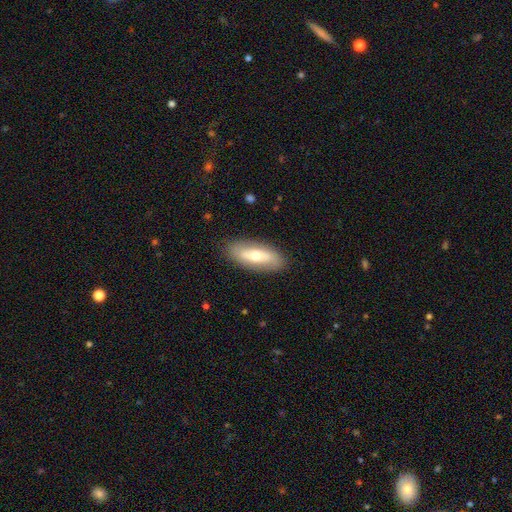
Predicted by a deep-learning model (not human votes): Smooth or featured: smooth — 47% (tied with featured or disk — 47%)
Merging: none — 86% (minor disturbance — 10%)